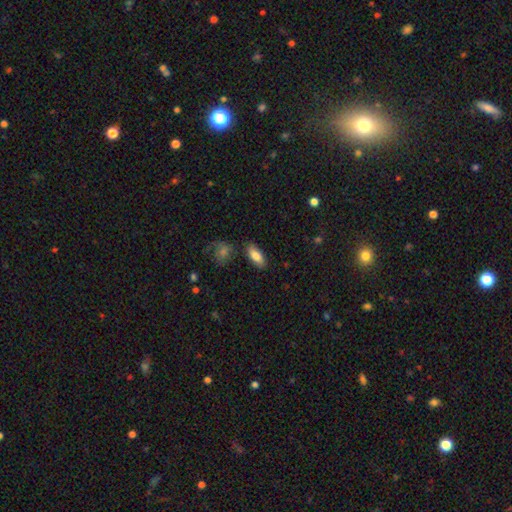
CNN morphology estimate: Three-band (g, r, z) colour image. It shows a smooth galaxy with no disk features (83%) that is in between round and cigar-shaped (85%). Merging: none (82%).